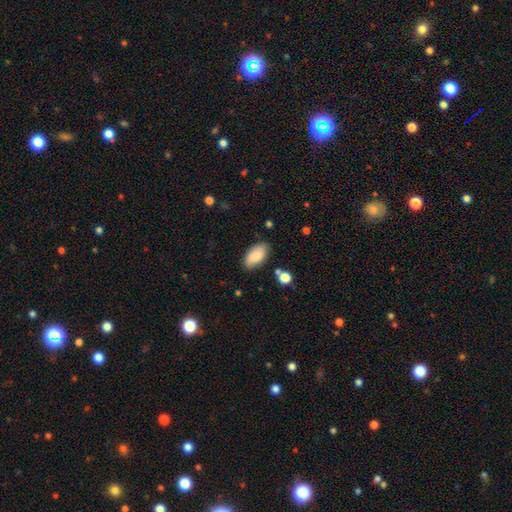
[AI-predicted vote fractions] Overall: smooth (82%). How rounded: in between (94%). Merging: none (81%).